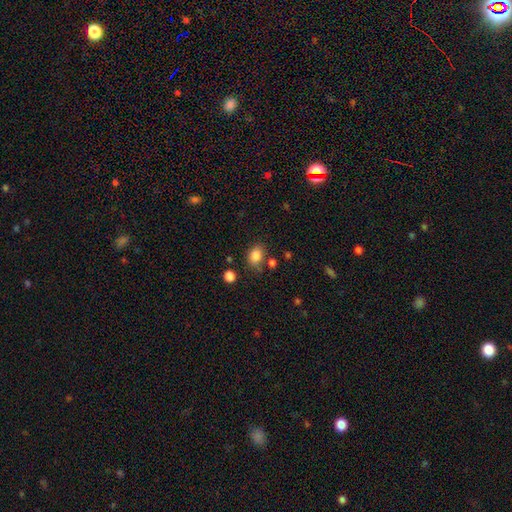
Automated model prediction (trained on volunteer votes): Overall: smooth (84%). How rounded: in between (64%; round 35%). Merging: none (73%).